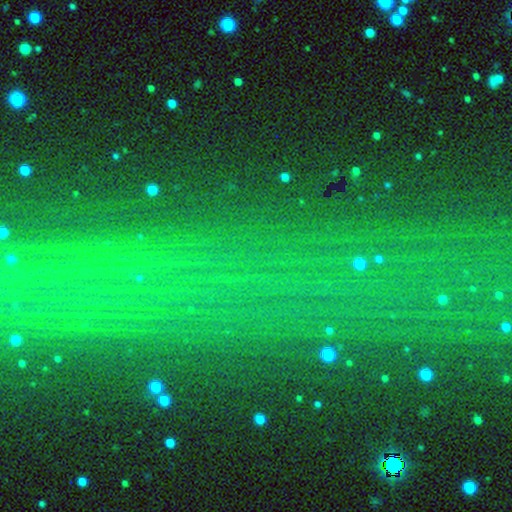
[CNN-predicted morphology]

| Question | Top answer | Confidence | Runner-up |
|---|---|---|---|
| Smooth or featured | star or artifact | 80% | smooth (10%) |